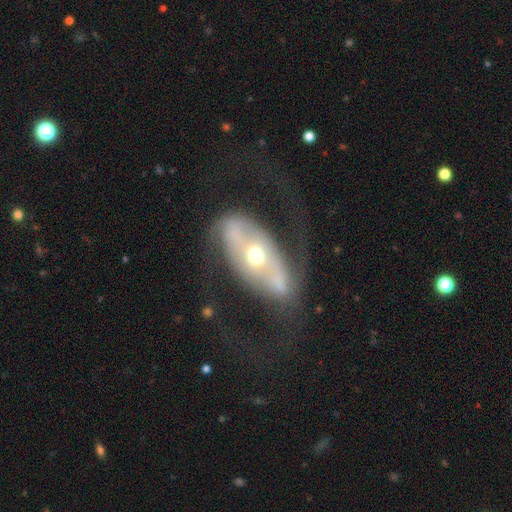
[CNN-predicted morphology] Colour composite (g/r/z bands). It shows a featured or disk galaxy (70%) with no bar (50%), spiral arms (56%) and a moderate central bulge (71%). Merging: none (49%).